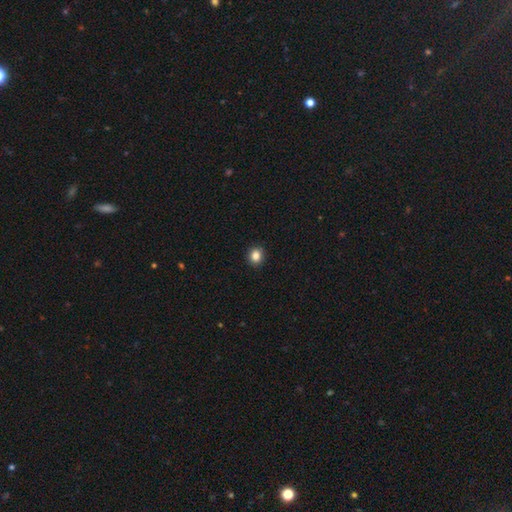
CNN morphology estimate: A smooth galaxy with no disk features (85%) that is round (80%).

Vote fractions:
- Smooth or featured? smooth: 85% / star or artifact: 11% / featured or disk: 4%
- How rounded? round: 80% / in between: 19% / cigar-shaped: 1%
- Merging? none: 91% / minor disturbance: 6% / major disturbance: 2% / merger: 1%